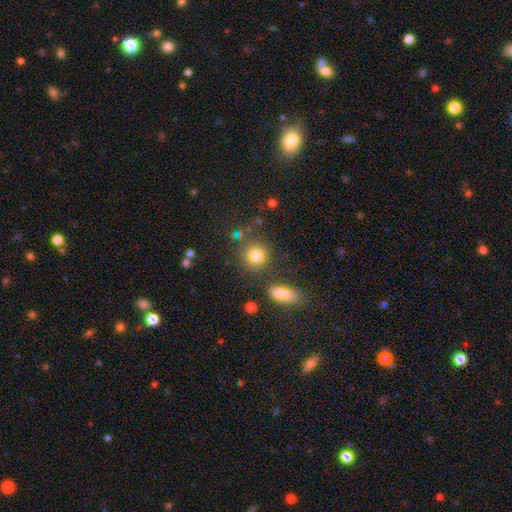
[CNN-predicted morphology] type=smooth (82%); roundness=round (85%); merging=none (75%).